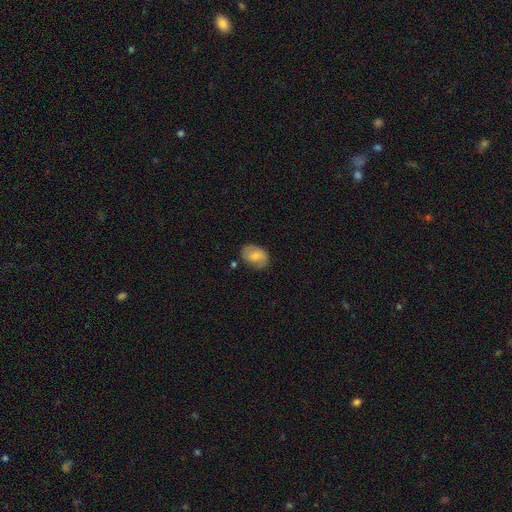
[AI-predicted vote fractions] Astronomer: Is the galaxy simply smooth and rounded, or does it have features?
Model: smooth — 70%.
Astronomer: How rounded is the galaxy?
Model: in between — 78%.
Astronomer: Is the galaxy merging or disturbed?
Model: none — 75%.